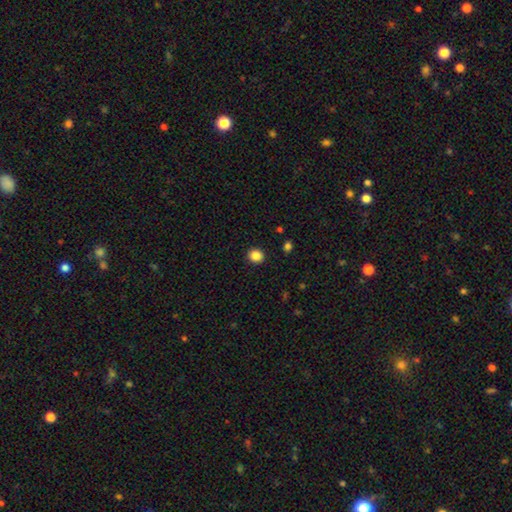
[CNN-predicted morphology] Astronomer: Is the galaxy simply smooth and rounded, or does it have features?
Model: smooth — 86%.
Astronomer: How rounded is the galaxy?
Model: round — 88%.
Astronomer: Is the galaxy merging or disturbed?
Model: none — 92%.